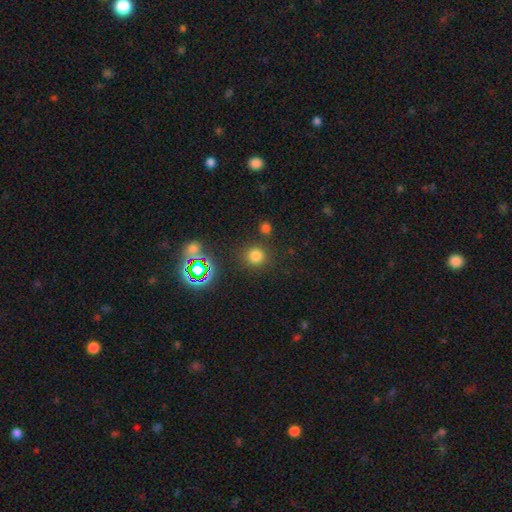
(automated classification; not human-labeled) This is likely a smooth galaxy (74%). How rounded: clearly round (92%). Merging: clearly none (84%).